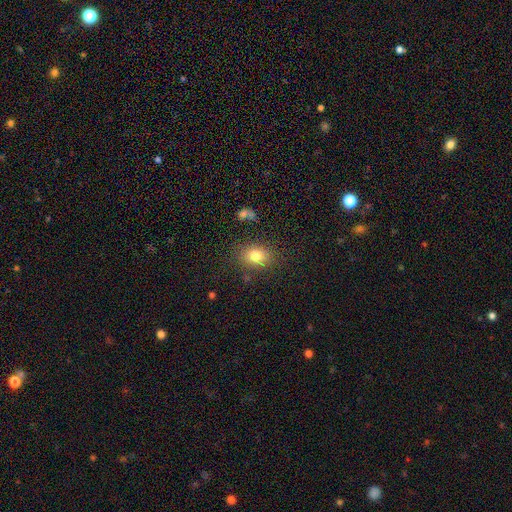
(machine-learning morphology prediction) The model was most divided on "how rounded": in between: 61%, round: 37%, cigar-shaped: 1%. More confident: smooth or featured — smooth (79%); merging — none (79%).